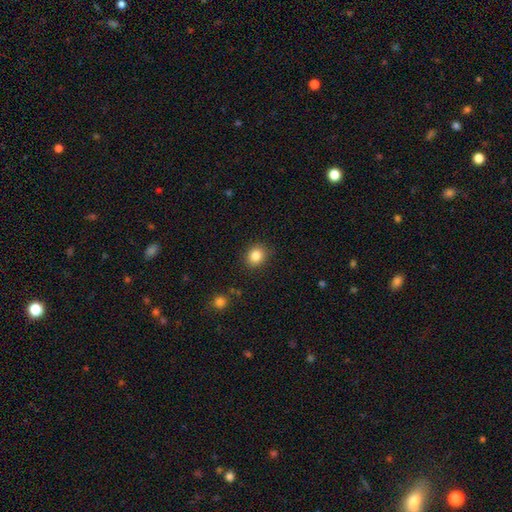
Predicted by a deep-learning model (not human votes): Smooth or featured? Predicted: smooth (p=0.84). How rounded? Predicted: round (p=0.67). Merging? Predicted: none (p=0.87).